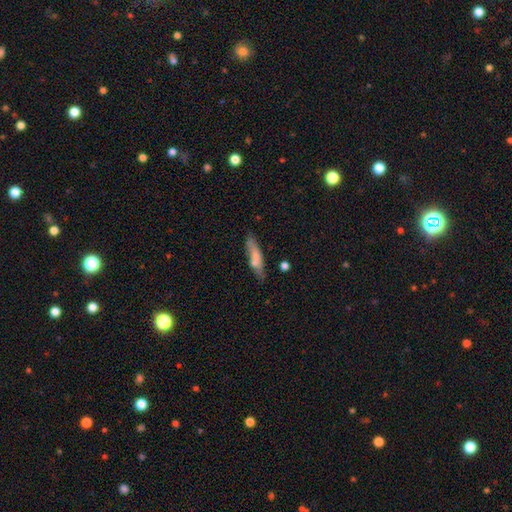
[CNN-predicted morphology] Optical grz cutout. It shows a smooth galaxy with no disk features (66%) that is cigar-shaped (78%). Merging: none (71%).